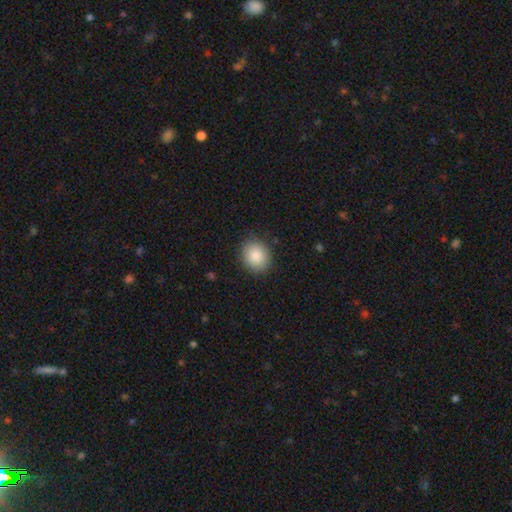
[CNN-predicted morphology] Smooth or featured: smooth — 88% (star or artifact — 8%)
How rounded: round — 70% (in between — 29%)
Merging: none — 88% (minor disturbance — 9%)